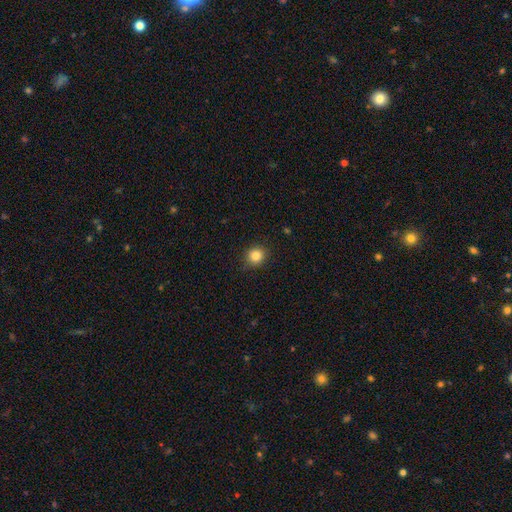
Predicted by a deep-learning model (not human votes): Smooth or featured: smooth — 84% (star or artifact — 11%)
How rounded: round — 88% (in between — 11%)
Merging: none — 88% (minor disturbance — 9%)